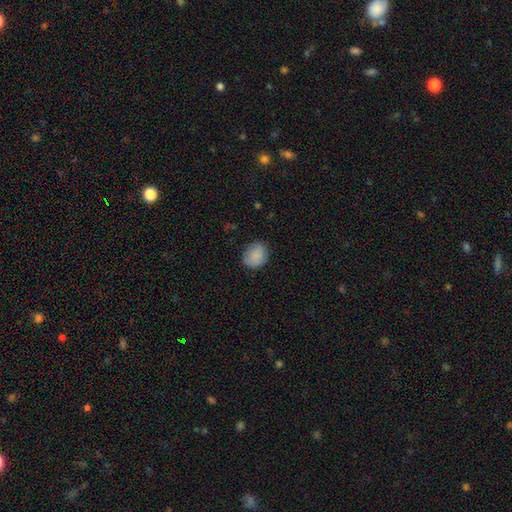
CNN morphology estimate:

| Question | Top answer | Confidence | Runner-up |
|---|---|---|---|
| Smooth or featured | smooth | 86% | star or artifact (7%) |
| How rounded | round | 67% | in between (32%) |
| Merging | none | 78% | minor disturbance (17%) |